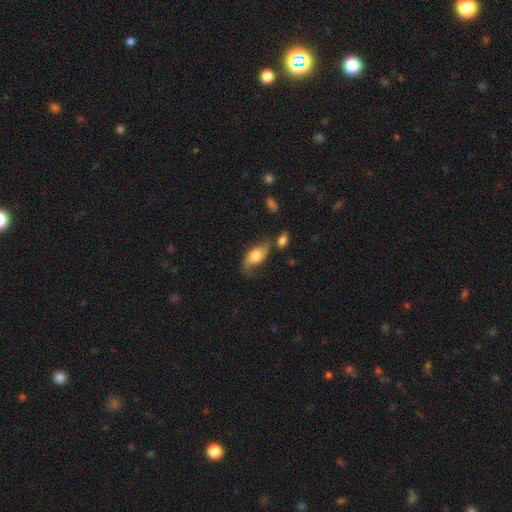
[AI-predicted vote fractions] Q: Smooth or featured?
A: smooth (57%); runner-up: featured or disk (35%)
Q: How rounded?
A: in between (88%); runner-up: cigar-shaped (7%)
Q: Merging?
A: none (53%); runner-up: minor disturbance (26%)